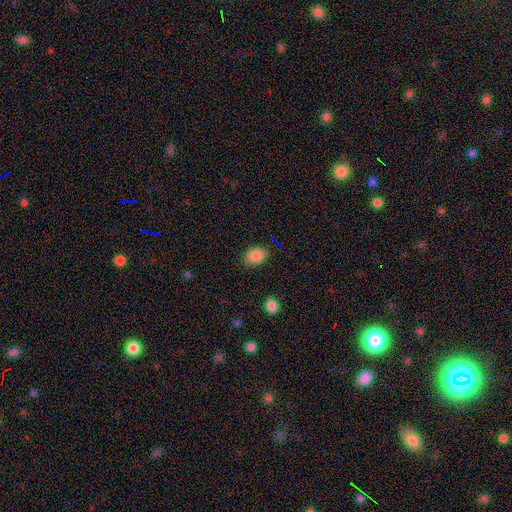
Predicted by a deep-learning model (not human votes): This appears to be a smooth galaxy with no disk features (85%) that is in between round and cigar-shaped (72%). Merging: none (79%).